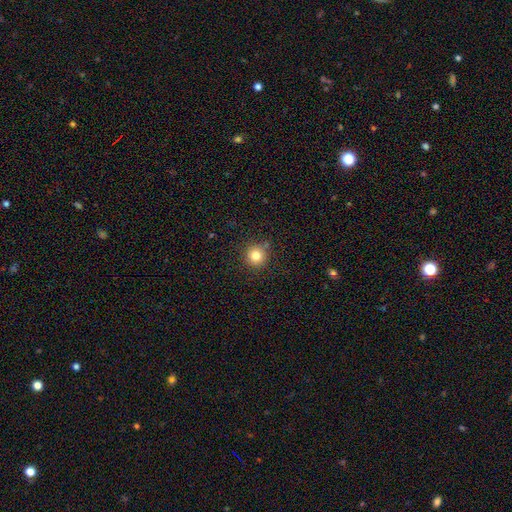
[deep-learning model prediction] Smooth or featured? Predicted: smooth (p=0.81). How rounded? Predicted: round (p=0.95). Merging? Predicted: none (p=0.87).